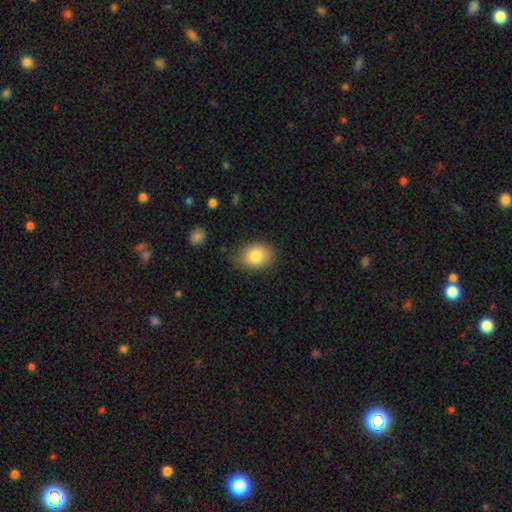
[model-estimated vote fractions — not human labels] smooth-or-featured: smooth: 84% | featured or disk: 8% | star or artifact: 8%
  how-rounded: in between: 62% | round: 37% | cigar-shaped: 1%
  merging: none: 77% | minor disturbance: 18% | major disturbance: 4% | merger: 2%